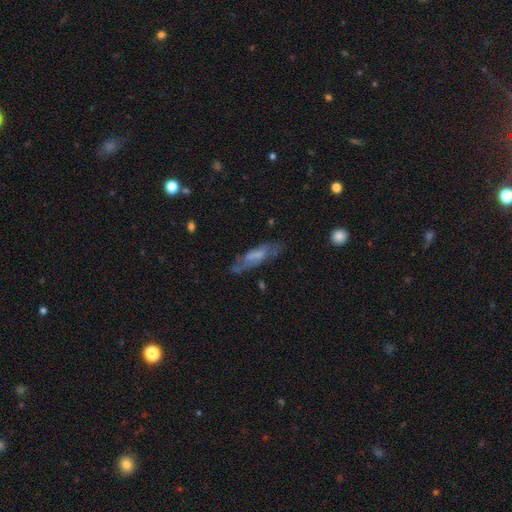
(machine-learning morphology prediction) Smooth or featured? Predicted: featured or disk (p=0.52). Edge-on disk? Predicted: no (p=0.65). Merging? Predicted: none (p=0.66).